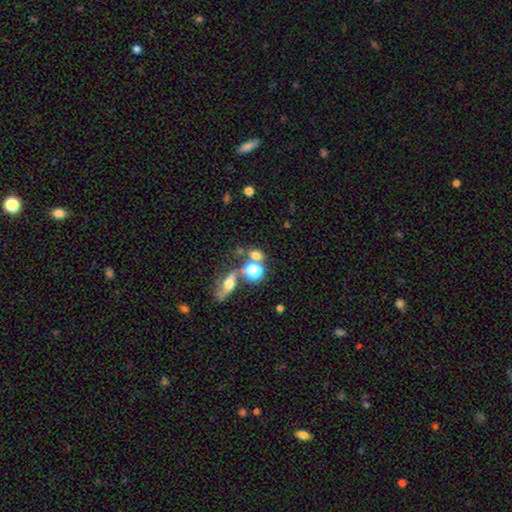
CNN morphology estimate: A smooth galaxy with no disk features (65%) that is round (66%). Merging: none (58%).